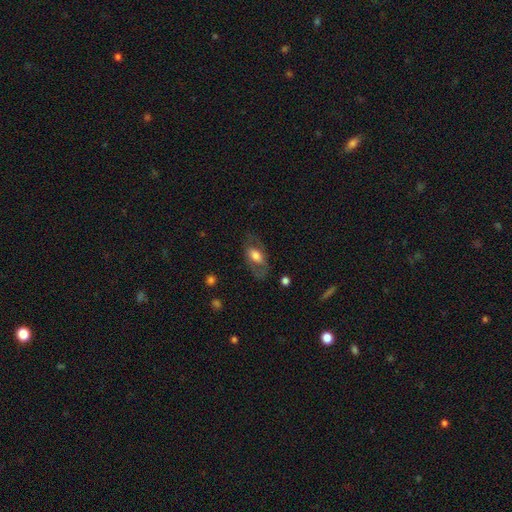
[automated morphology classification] A smooth galaxy with no disk features (50%) that is in between round and cigar-shaped (88%).

Vote fractions:
- Smooth or featured? smooth: 50% / featured or disk: 43% / star or artifact: 7%
- How rounded? in between: 88% / round: 8% / cigar-shaped: 3%
- Merging? none: 69% / minor disturbance: 18% / major disturbance: 12% / merger: 1%